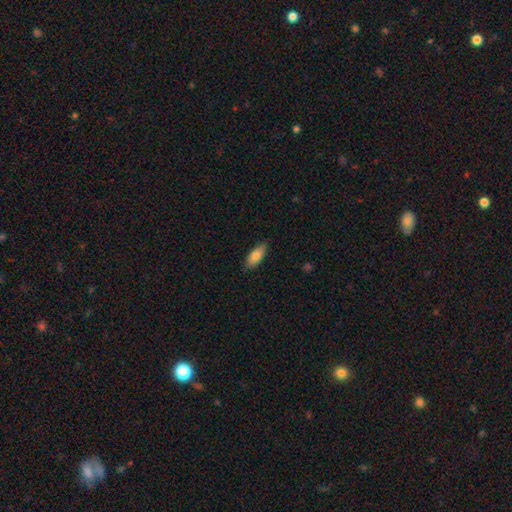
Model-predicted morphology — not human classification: This appears to be a smooth galaxy with no disk features (80%) that is in between round and cigar-shaped (81%). Merging: none (86%).